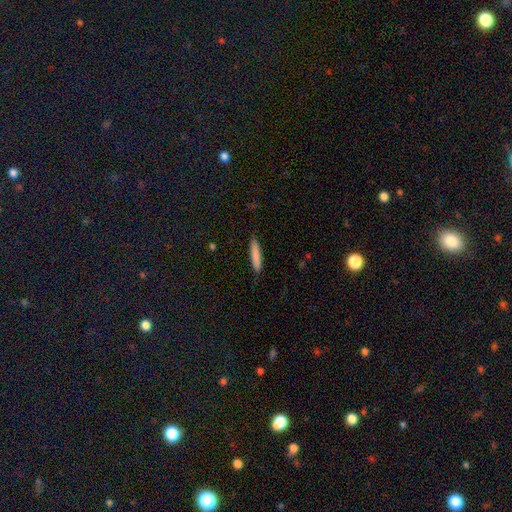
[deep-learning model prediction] The model was most divided on "smooth or featured": smooth: 83%, featured or disk: 11%, star or artifact: 6%. More confident: how rounded — cigar-shaped (90%); merging — none (88%).